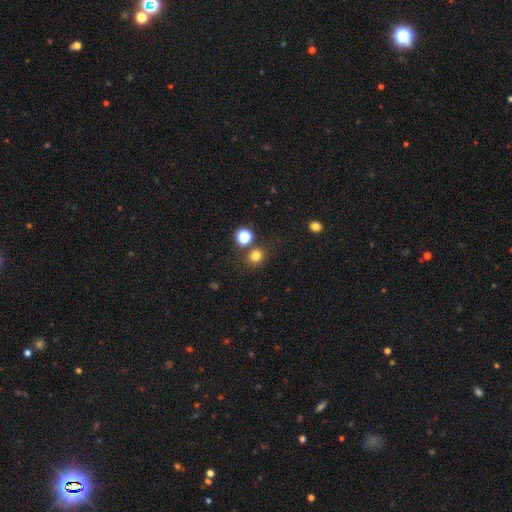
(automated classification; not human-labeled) Smooth or featured?
  - smooth: 77% *
  - star or artifact: 17%
  - featured or disk: 6%
How rounded?
  - round: 80% *
  - in between: 19%
  - cigar-shaped: 1%
Merging?
  - none: 77% *
  - merger: 10%
  - minor disturbance: 9%
  - major disturbance: 4%